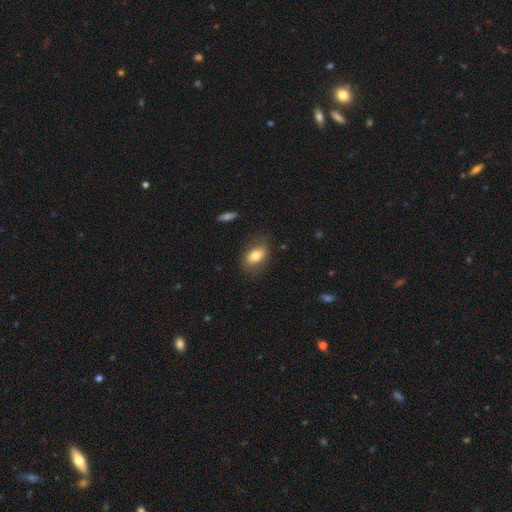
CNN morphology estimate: Smooth or featured?
  - smooth: 71% *
  - featured or disk: 21%
  - star or artifact: 8%
How rounded?
  - in between: 86% *
  - round: 11%
  - cigar-shaped: 3%
Merging?
  - none: 75% *
  - minor disturbance: 17%
  - major disturbance: 6%
  - merger: 1%